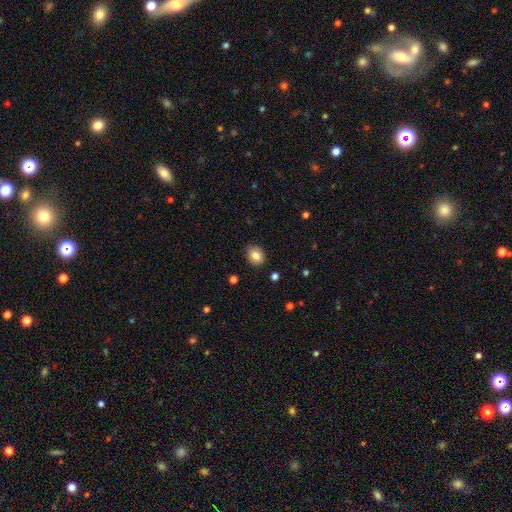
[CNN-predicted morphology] Q: Smooth or featured?
A: smooth (83%); runner-up: star or artifact (9%)
Q: How rounded?
A: round (59%); runner-up: in between (40%)
Q: Merging?
A: none (84%); runner-up: minor disturbance (12%)